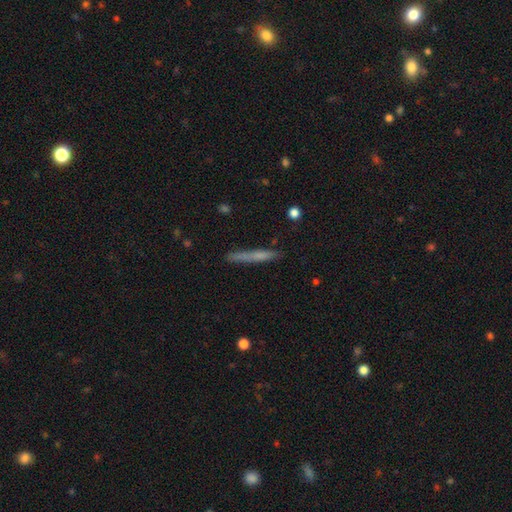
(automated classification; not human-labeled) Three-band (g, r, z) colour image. It shows a smooth galaxy with no disk features (60%) that is cigar-shaped (95%). Merging: none (83%).